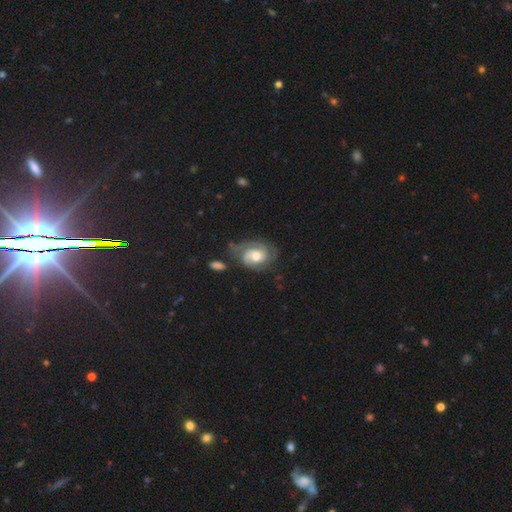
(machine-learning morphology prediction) Smooth or featured?
  - featured or disk: 81% *
  - smooth: 13%
  - star or artifact: 6%
Edge-on disk?
  - no: 98% *
  - yes: 2%
Bar?
  - no: 58% *
  - weak: 36%
  - strong: 6%
Spiral arms?
  - yes: 95% *
  - no: 5%
Spiral winding?
  - tight: 49% *
  - medium: 40%
  - loose: 11%
Spiral arm count?
  - 2: 58% *
  - 3: 15%
  - can't tell: 14%
  - 1: 7%
  - 4: 3%
  - more than 4: 3%
Bulge size?
  - moderate: 57% *
  - large: 28%
  - small: 10%
  - none: 2%
  - dominant: 2%
Merging?
  - none: 55% *
  - minor disturbance: 24%
  - major disturbance: 16%
  - merger: 5%